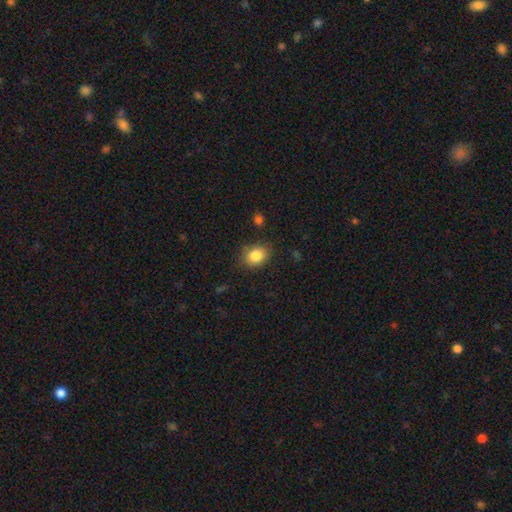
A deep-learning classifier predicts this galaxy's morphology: smooth-or-featured: smooth: 84% | star or artifact: 9% | featured or disk: 7%
  how-rounded: in between: 52% | round: 47% | cigar-shaped: 1%
  merging: none: 82% | minor disturbance: 13% | major disturbance: 3% | merger: 2%